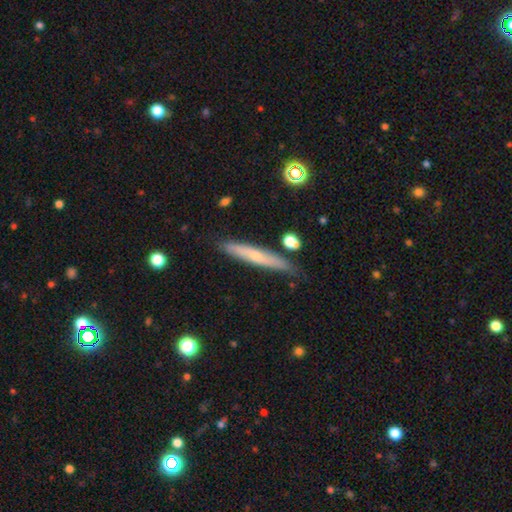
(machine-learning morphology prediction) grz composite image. It shows a featured or disk galaxy (47%). Merging: none (83%).